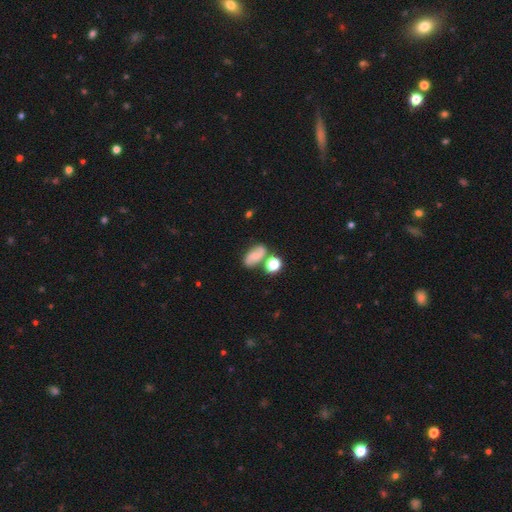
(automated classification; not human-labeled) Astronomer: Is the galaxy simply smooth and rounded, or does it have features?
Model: smooth — 45% (runner-up: featured or disk, 41%).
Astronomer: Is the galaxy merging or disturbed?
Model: none — 57%.